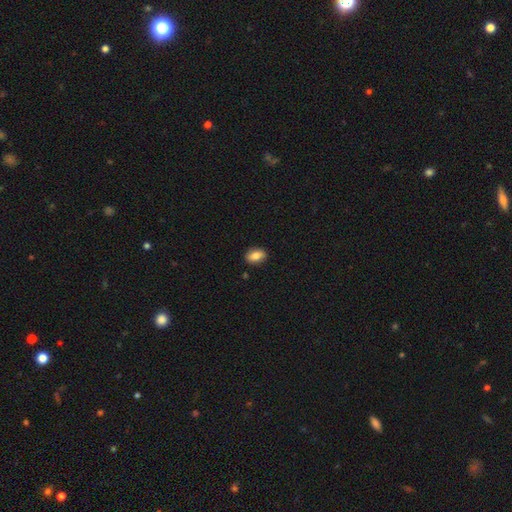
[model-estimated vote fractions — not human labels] smooth_or_featured: smooth (p=0.82) [alt: featured or disk p=0.11]
how_rounded: in between (p=0.85) [alt: round p=0.13]
merging: none (p=0.89) [alt: minor disturbance p=0.08]